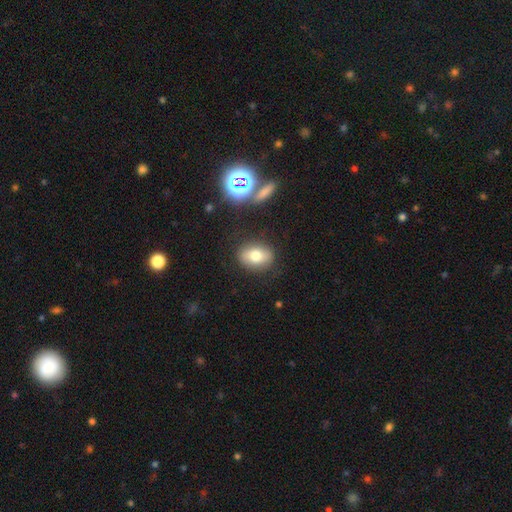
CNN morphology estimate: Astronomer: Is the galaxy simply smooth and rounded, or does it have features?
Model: smooth — 72%.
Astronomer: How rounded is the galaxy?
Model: in between — 69%.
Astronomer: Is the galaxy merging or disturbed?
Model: none — 83%.